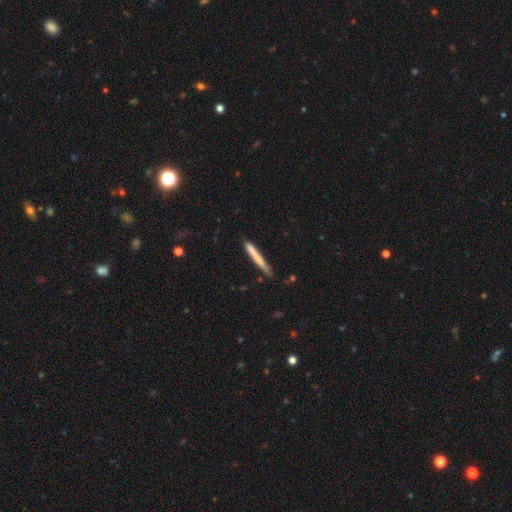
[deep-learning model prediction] A smooth galaxy with no disk features (69%) that is cigar-shaped (97%).

Vote fractions:
- Smooth or featured? smooth: 69% / featured or disk: 25% / star or artifact: 6%
- How rounded? cigar-shaped: 97% / in between: 2% / round: 1%
- Merging? none: 82% / minor disturbance: 13% / major disturbance: 2% / merger: 2%